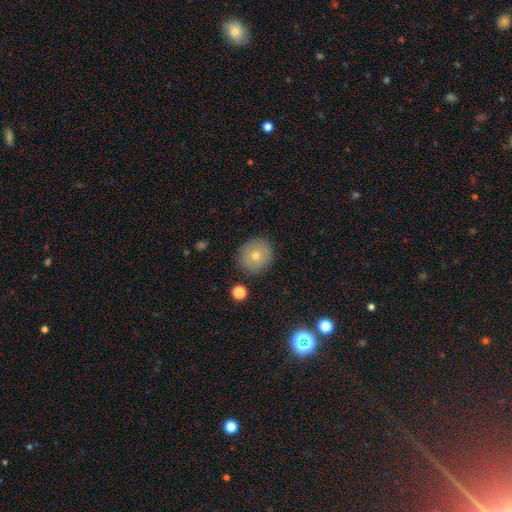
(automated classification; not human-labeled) smooth 66%, featured or disk 19%, star or artifact 15%. Down the decision tree: how rounded — round (91%); merging — none (89%).